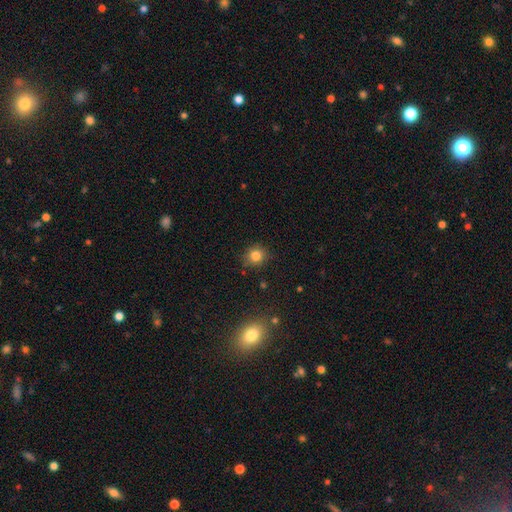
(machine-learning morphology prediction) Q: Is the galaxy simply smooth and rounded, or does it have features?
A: smooth — 82%.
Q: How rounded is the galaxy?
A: round — 86%.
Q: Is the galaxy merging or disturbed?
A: none — 84%.